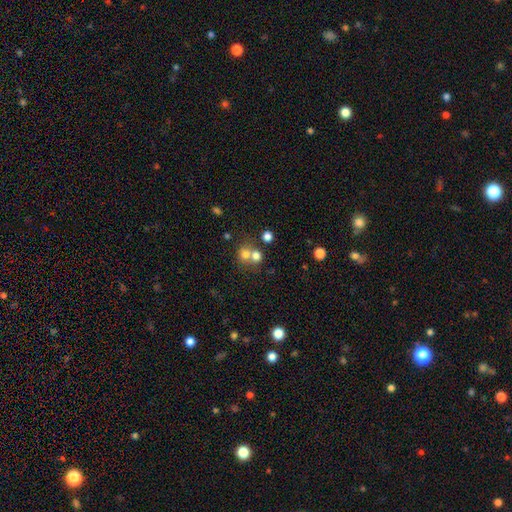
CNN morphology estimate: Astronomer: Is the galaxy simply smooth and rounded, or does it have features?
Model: smooth — 70%.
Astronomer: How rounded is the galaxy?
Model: round — 80%.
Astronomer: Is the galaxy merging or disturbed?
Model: merger — 51% (runner-up: none, 40%).